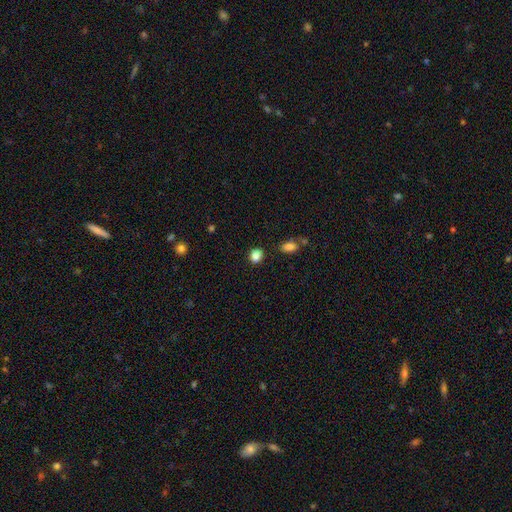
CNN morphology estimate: This is clearly a smooth galaxy (85%). How rounded: likely round (68%). Merging: clearly none (85%).